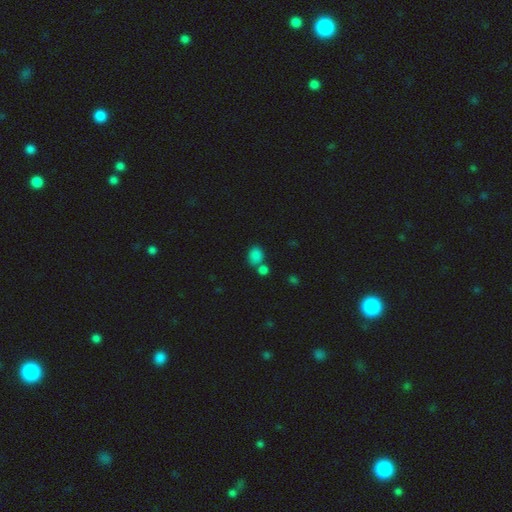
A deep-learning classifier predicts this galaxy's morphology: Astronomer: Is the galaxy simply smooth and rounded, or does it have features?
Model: smooth — 82%.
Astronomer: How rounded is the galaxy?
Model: in between — 56% (runner-up: round, 43%).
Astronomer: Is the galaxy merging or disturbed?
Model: none — 52% (runner-up: merger, 32%).